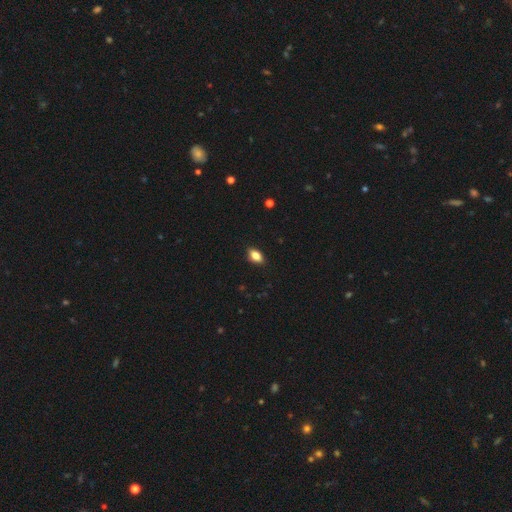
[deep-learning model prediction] Smooth or featured?
  - smooth: 83% *
  - star or artifact: 9%
  - featured or disk: 8%
How rounded?
  - in between: 88% *
  - round: 8%
  - cigar-shaped: 4%
Merging?
  - none: 87% *
  - minor disturbance: 10%
  - major disturbance: 2%
  - merger: 1%